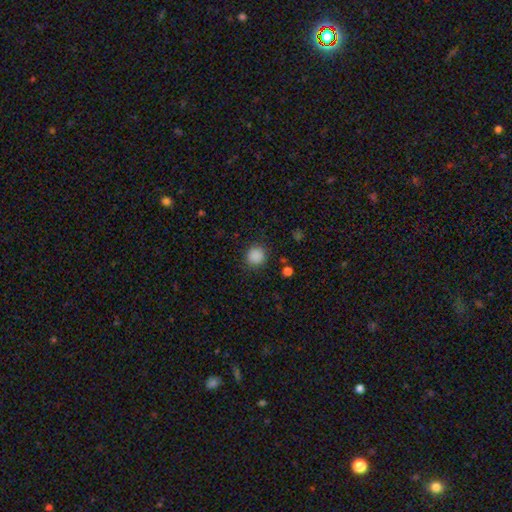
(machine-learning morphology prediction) Smooth or featured? Predicted: smooth (p=0.87). How rounded? Predicted: round (p=0.90). Merging? Predicted: none (p=0.87).